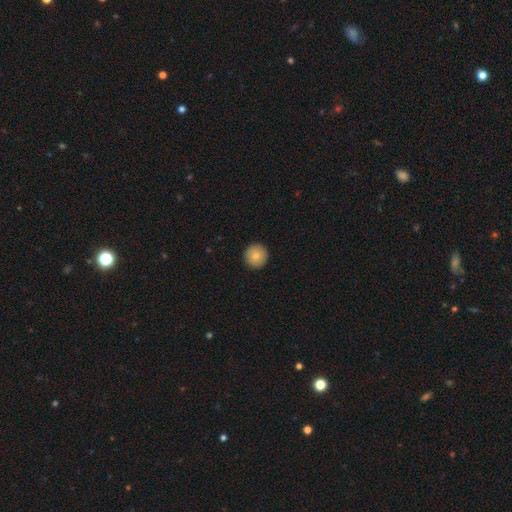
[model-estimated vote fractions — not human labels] smooth 82%, featured or disk 10%, star or artifact 8%. Down the decision tree: how rounded — round (96%); merging — none (93%).